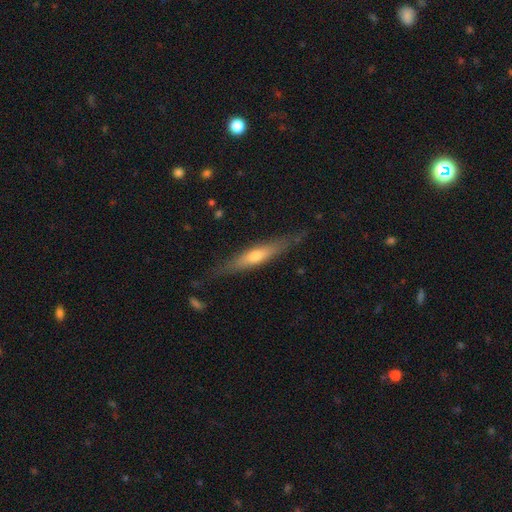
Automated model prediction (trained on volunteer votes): A featured or disk galaxy (55%) viewed edge-on (86%).

Vote fractions:
- Smooth or featured? featured or disk: 55% / smooth: 39% / star or artifact: 6%
- Edge-on disk? yes: 86% / no: 14%
- Merging? none: 80% / minor disturbance: 15% / major disturbance: 4% / merger: 2%